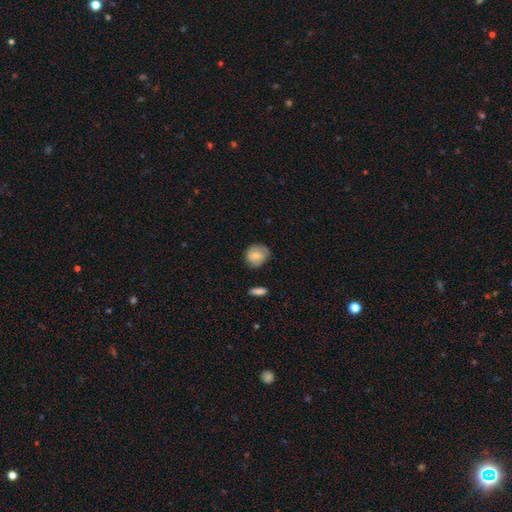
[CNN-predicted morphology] A smooth galaxy with no disk features (69%) that is round (80%).

Vote fractions:
- Smooth or featured? smooth: 69% / featured or disk: 24% / star or artifact: 7%
- How rounded? round: 80% / in between: 19% / cigar-shaped: 1%
- Merging? none: 73% / minor disturbance: 21% / major disturbance: 4% / merger: 2%